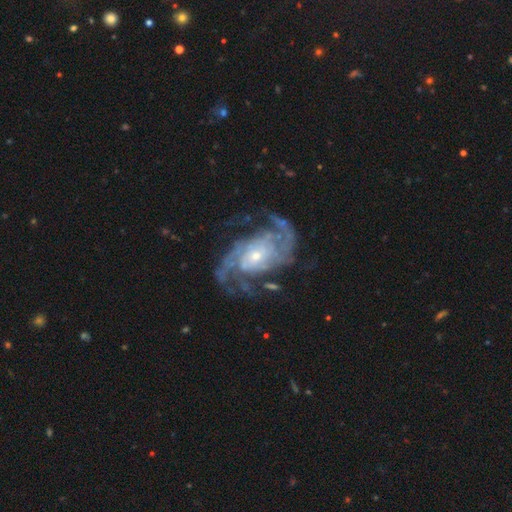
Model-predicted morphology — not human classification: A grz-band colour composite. It shows a featured or disk galaxy (92%) with no bar (60%), 2 (50%) medium (48%) spiral arms (98%) and a small central bulge (64%). Merging: none (66%).